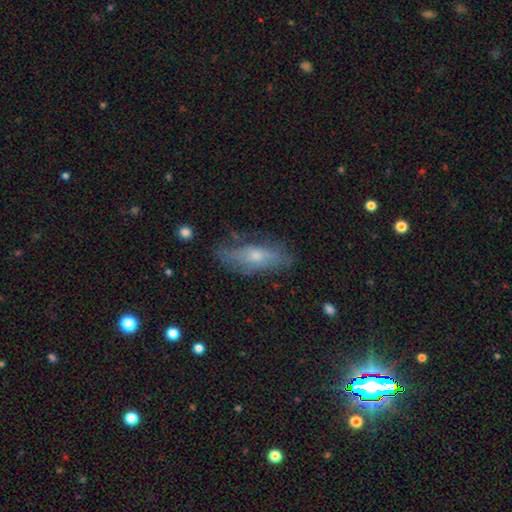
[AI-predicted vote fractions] This appears to be a smooth galaxy with no disk features (47%). Merging: none (65%).